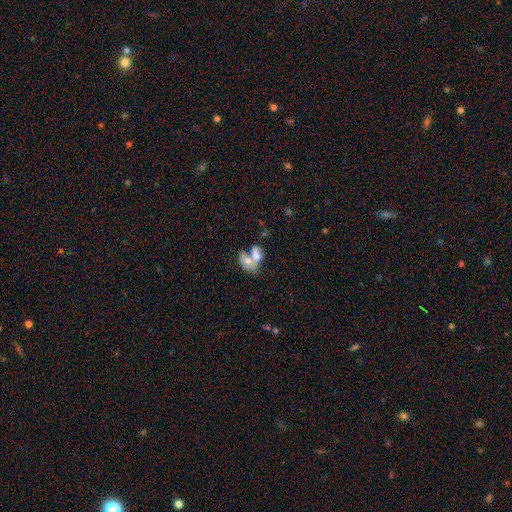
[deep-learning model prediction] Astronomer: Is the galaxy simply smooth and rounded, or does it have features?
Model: smooth — 68%.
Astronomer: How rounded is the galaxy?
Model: in between — 79%.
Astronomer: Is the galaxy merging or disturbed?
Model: merger — 70%.